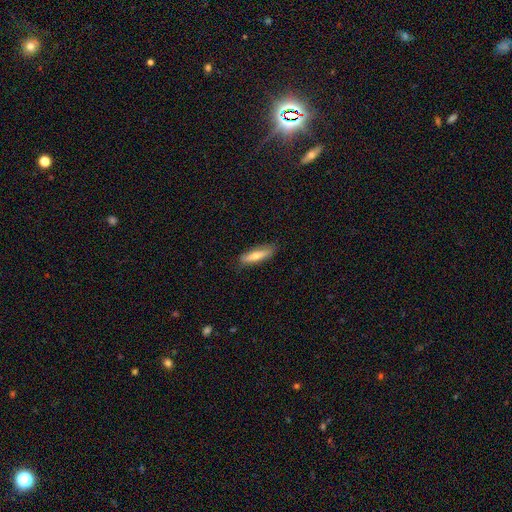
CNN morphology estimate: smooth 60%, featured or disk 33%, star or artifact 7%. Down the decision tree: how rounded — cigar-shaped (71%); merging — none (83%).